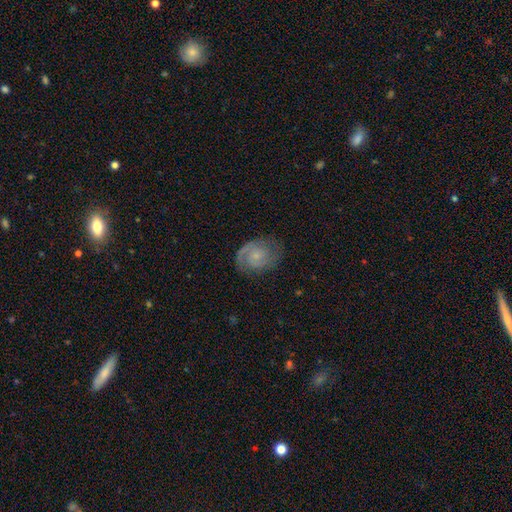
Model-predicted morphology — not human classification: This is likely a featured or disk galaxy (74%). It is clearly not viewed edge-on (98%). Bar: likely no (68%). Spiral arm pattern: clearly yes (94%). Spiral arm count: likely 2 (70%). Spiral winding: possibly tight (46%). Central bulge: likely small (66%). Merging: likely none (71%).